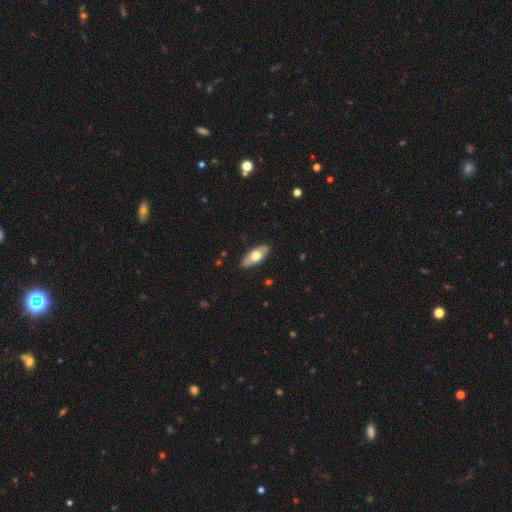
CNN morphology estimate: Smooth or featured? Predicted: smooth (p=0.60). How rounded? Predicted: in between (p=0.79). Merging? Predicted: none (p=0.88).